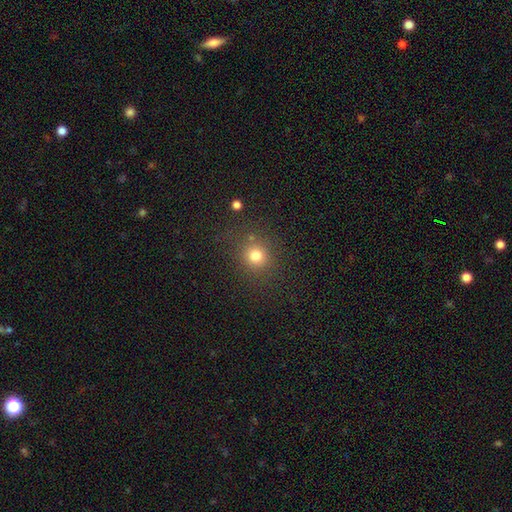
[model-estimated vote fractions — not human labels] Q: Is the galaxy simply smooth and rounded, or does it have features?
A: smooth — 78%.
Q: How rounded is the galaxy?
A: round — 88%.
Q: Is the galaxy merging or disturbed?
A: none — 82%.